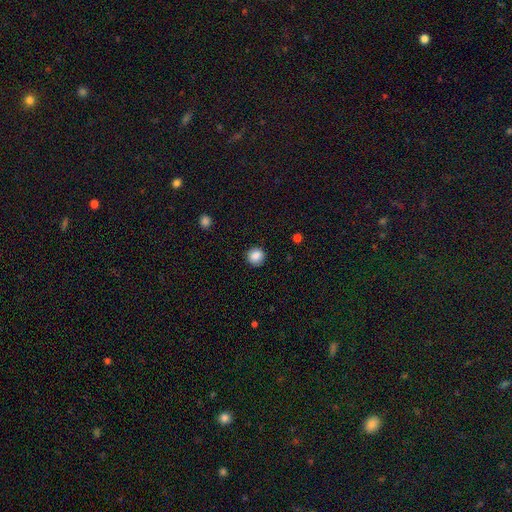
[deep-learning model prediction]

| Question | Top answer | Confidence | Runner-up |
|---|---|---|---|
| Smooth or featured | smooth | 86% | star or artifact (10%) |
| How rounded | round | 93% | in between (7%) |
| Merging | none | 90% | minor disturbance (7%) |